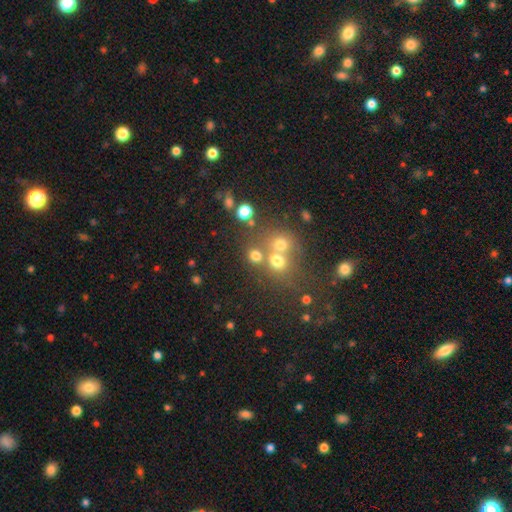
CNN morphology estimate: Smooth or featured: smooth — 71% (star or artifact — 18%)
How rounded: round — 82% (in between — 17%)
Merging: none — 55% (merger — 32%)